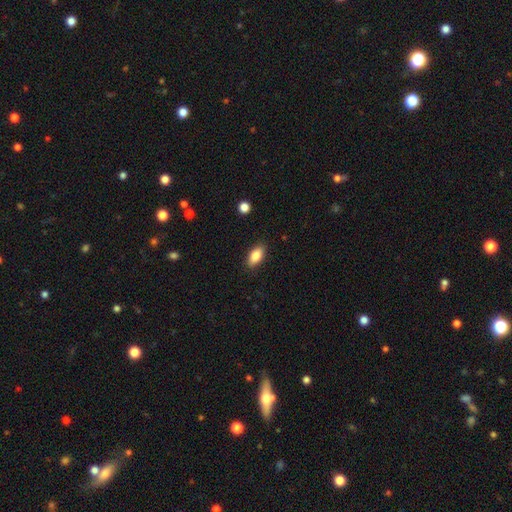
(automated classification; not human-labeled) Overall: smooth (85%). How rounded: in between (90%). Merging: none (88%).